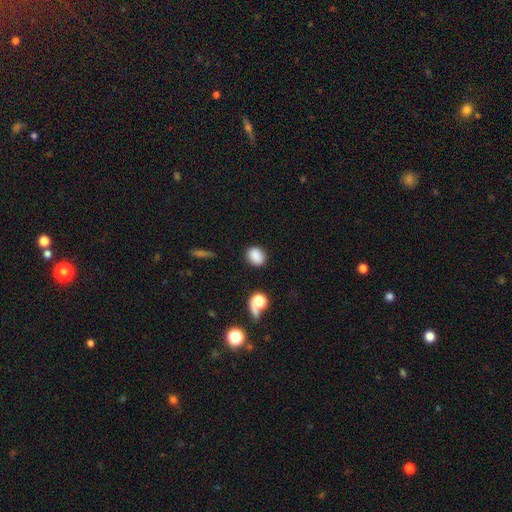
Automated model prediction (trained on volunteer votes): smooth 85%, star or artifact 10%, featured or disk 5%. Down the decision tree: how rounded — in between (52%); merging — none (83%).